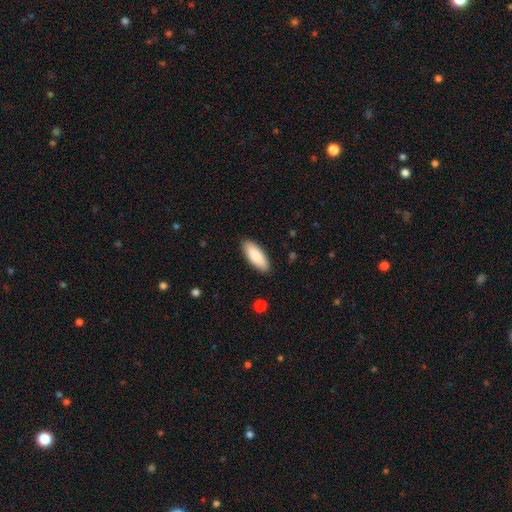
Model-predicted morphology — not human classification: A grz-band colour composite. It shows a smooth galaxy with no disk features (84%) that is in between round and cigar-shaped (78%). Merging: none (88%).